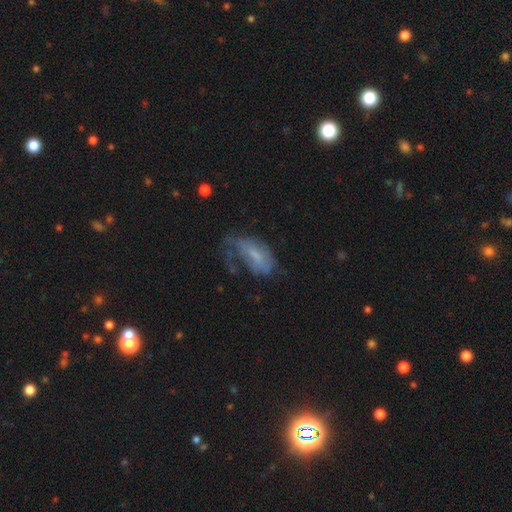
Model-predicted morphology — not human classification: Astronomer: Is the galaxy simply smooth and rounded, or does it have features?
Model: featured or disk — 50% (runner-up: smooth, 40%).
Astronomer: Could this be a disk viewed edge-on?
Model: no — 93%.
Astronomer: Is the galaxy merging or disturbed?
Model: major disturbance — 44% (runner-up: none, 28%).